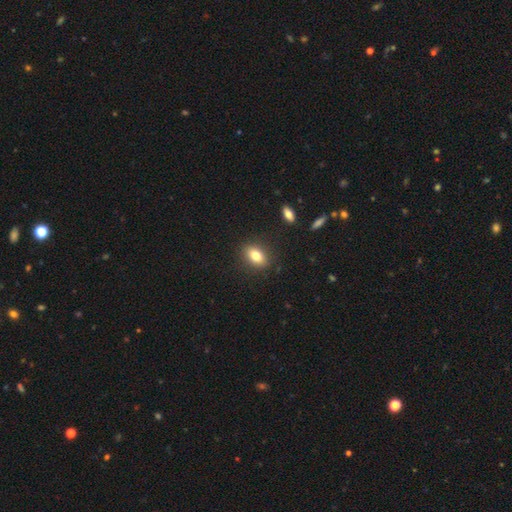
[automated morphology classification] smooth-or-featured: smooth: 79% | featured or disk: 12% | star or artifact: 9%
  how-rounded: in between: 80% | round: 16% | cigar-shaped: 4%
  merging: none: 87% | minor disturbance: 9% | major disturbance: 3% | merger: 2%